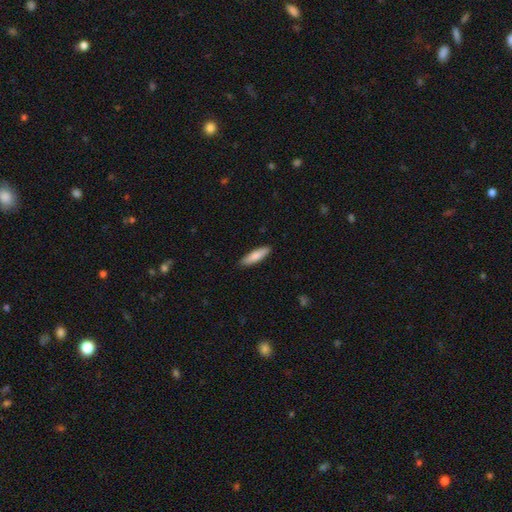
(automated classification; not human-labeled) The model was most divided on "how rounded": cigar-shaped: 68%, in between: 31%, round: 1%. More confident: merging — none (88%); smooth or featured — smooth (81%).